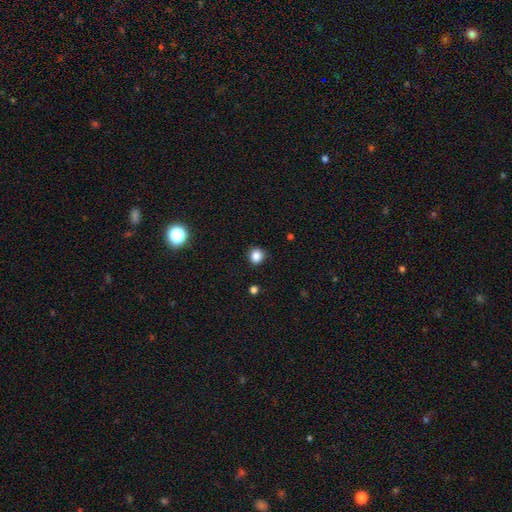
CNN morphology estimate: Smooth or featured? Predicted: smooth (p=0.84). How rounded? Predicted: round (p=0.87). Merging? Predicted: none (p=0.85).